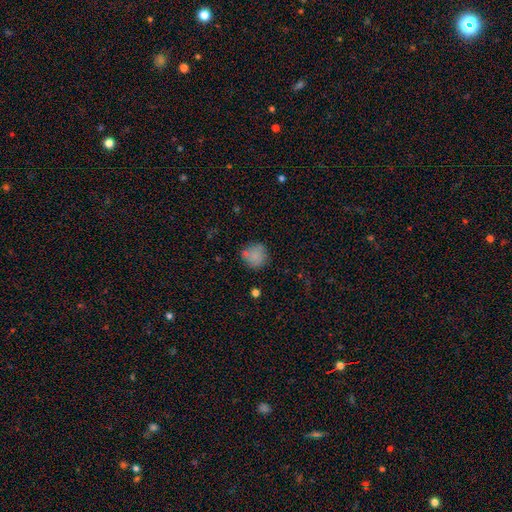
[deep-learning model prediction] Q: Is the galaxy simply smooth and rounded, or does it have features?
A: smooth — 80%.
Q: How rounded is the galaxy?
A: round — 88%.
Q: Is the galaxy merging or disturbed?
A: none — 68%.